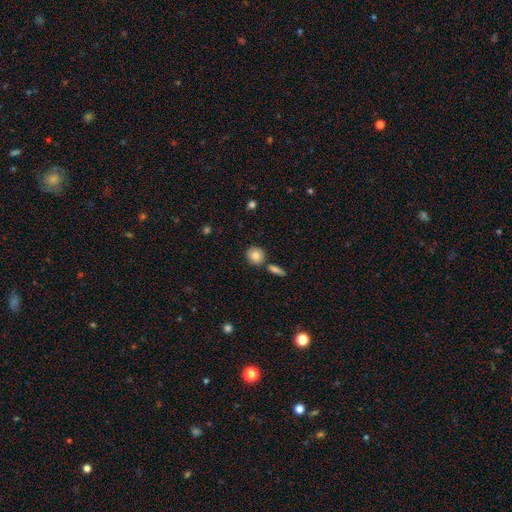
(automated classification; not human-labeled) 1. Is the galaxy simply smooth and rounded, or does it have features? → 85% smooth, 8% star or artifact, 7% featured or disk.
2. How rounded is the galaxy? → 86% round, 13% in between, 2% cigar-shaped.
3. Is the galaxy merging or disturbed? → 77% none, 11% merger, 9% minor disturbance, 2% major disturbance.